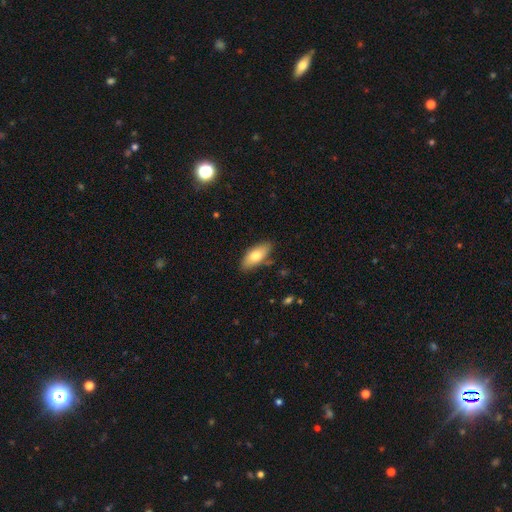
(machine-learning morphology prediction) Q: Smooth or featured?
A: smooth (74%); runner-up: featured or disk (19%)
Q: How rounded?
A: in between (85%); runner-up: cigar-shaped (12%)
Q: Merging?
A: none (81%); runner-up: minor disturbance (14%)